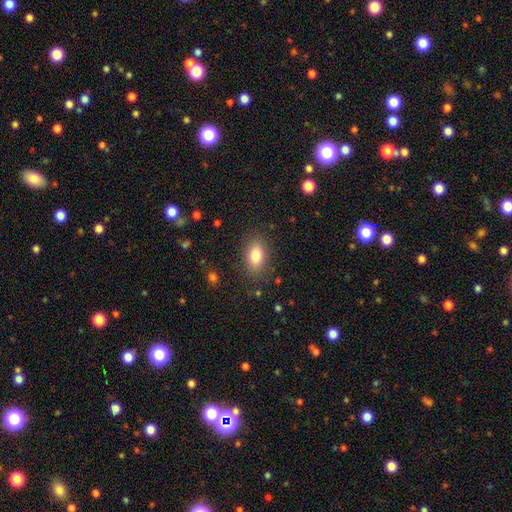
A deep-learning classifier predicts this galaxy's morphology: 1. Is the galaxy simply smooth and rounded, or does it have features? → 82% smooth, 10% featured or disk, 8% star or artifact.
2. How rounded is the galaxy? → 87% in between, 10% round, 4% cigar-shaped.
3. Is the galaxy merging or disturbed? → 84% none, 11% minor disturbance, 4% major disturbance, 1% merger.